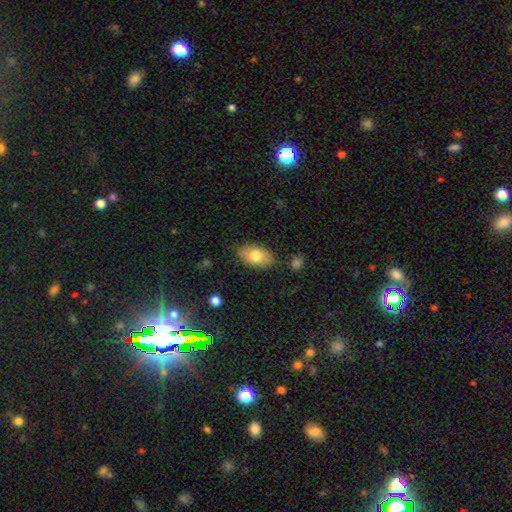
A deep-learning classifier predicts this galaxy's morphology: This is likely a smooth galaxy (77%). How rounded: clearly in between (93%). Merging: clearly none (83%).